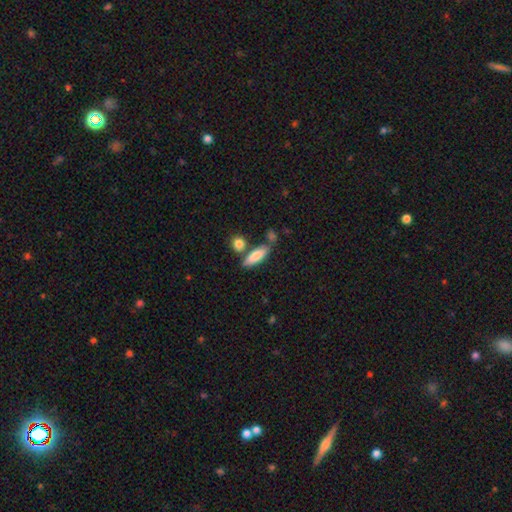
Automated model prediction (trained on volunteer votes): A smooth galaxy with no disk features (81%) that is in between round and cigar-shaped (56%).

Vote fractions:
- Smooth or featured? smooth: 81% / featured or disk: 12% / star or artifact: 6%
- How rounded? in between: 56% / cigar-shaped: 41% / round: 3%
- Merging? none: 67% / merger: 15% / minor disturbance: 14% / major disturbance: 4%